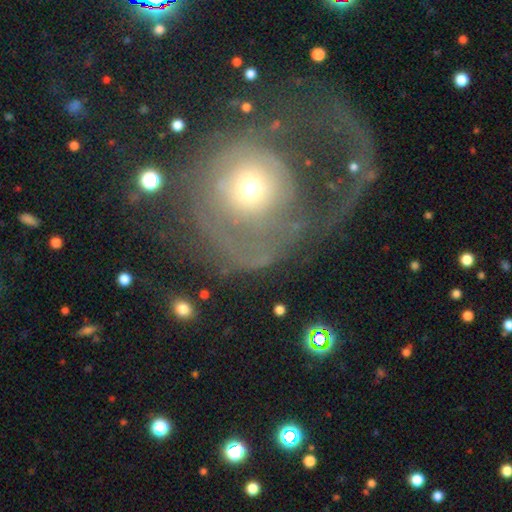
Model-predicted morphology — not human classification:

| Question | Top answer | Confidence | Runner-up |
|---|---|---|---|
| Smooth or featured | featured or disk | 58% | smooth (31%) |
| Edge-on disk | no | 96% | yes (4%) |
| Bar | no | 85% | weak (12%) |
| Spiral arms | yes | 52% | no (48%) |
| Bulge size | moderate | 52% | small (37%) |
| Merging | major disturbance | 56% | none (27%) |